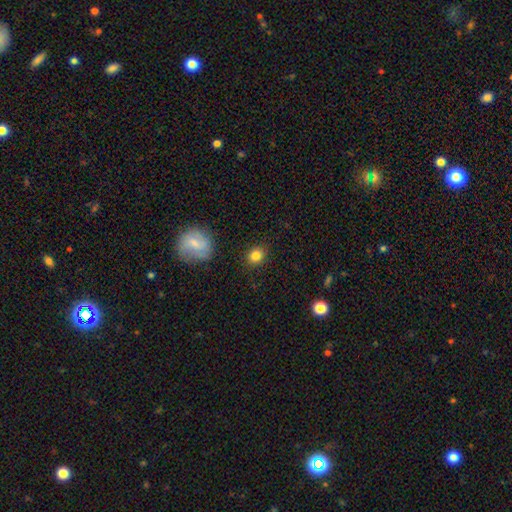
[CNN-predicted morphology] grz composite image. It shows a smooth galaxy with no disk features (84%) that is round (68%). Merging: none (87%).